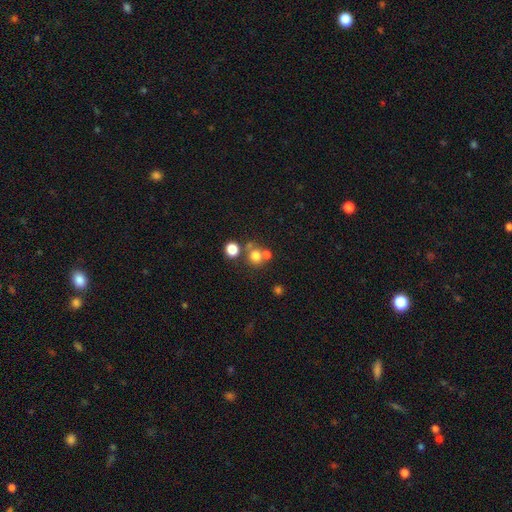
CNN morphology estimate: Smooth or featured?
  - smooth: 72% *
  - star or artifact: 17%
  - featured or disk: 11%
How rounded?
  - round: 86% *
  - in between: 13%
  - cigar-shaped: 1%
Merging?
  - none: 56% *
  - merger: 32%
  - minor disturbance: 8%
  - major disturbance: 4%